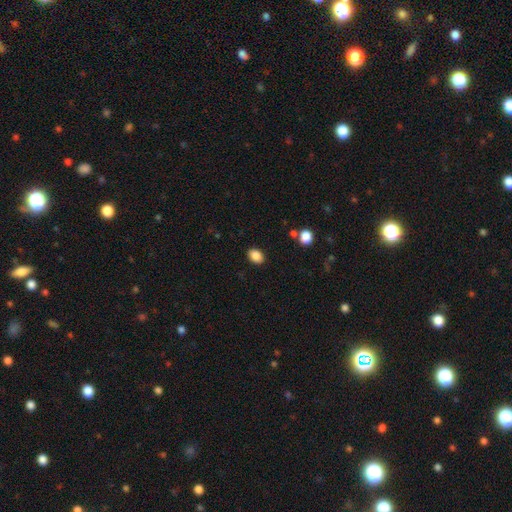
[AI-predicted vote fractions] This appears to be a smooth galaxy with no disk features (87%) that is in between round and cigar-shaped (73%). Merging: none (88%).